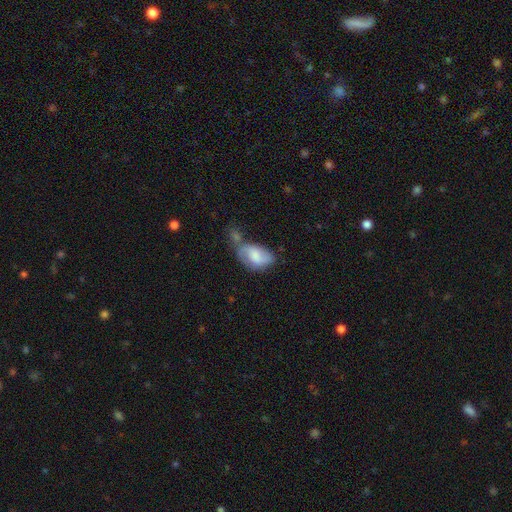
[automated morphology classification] A smooth galaxy with no disk features (57%) that is in between round and cigar-shaped (91%). Merging: merger (33%).